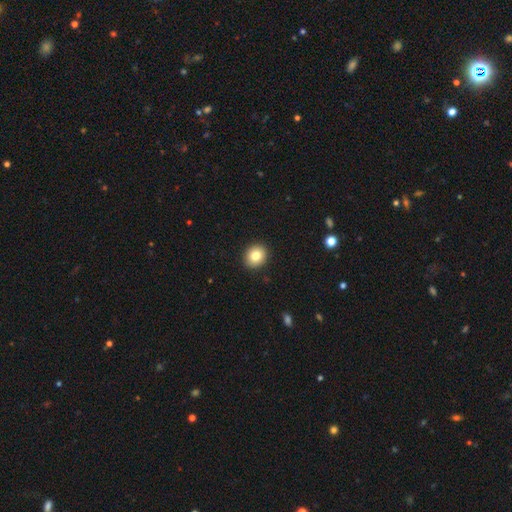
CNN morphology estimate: Smooth or featured? smooth (80%)
How rounded? round (73%)
Merging? none (92%)